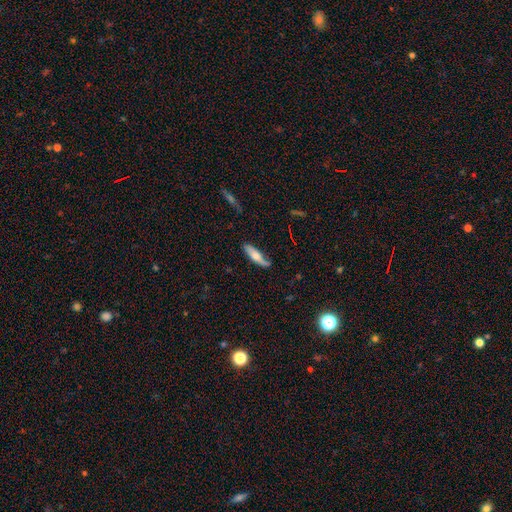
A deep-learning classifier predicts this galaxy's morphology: A smooth galaxy with no disk features (58%) that is cigar-shaped (61%). Merging: none (70%).